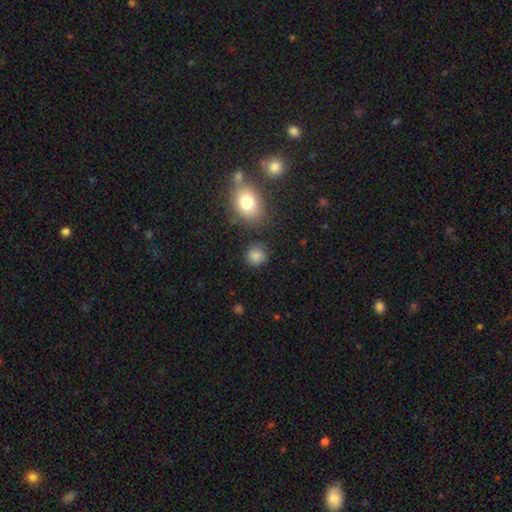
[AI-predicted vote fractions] Smooth or featured?
  - smooth: 83% *
  - star or artifact: 11%
  - featured or disk: 6%
How rounded?
  - round: 85% *
  - in between: 14%
  - cigar-shaped: 1%
Merging?
  - none: 81% *
  - minor disturbance: 12%
  - major disturbance: 4%
  - merger: 4%